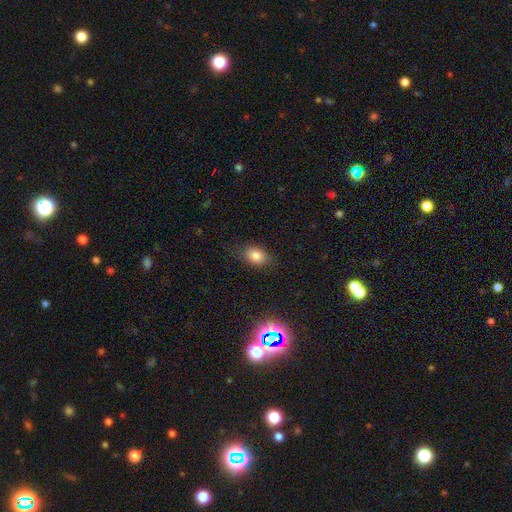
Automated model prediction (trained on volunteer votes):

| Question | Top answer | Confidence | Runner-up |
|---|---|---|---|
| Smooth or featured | smooth | 82% | star or artifact (11%) |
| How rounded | in between | 78% | round (20%) |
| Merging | none | 80% | minor disturbance (15%) |